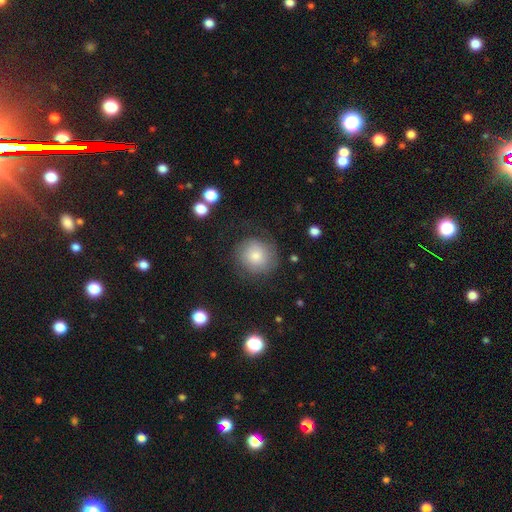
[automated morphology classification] Smooth or featured: smooth — 66% (featured or disk — 25%)
How rounded: round — 89% (in between — 10%)
Merging: none — 66% (minor disturbance — 18%)